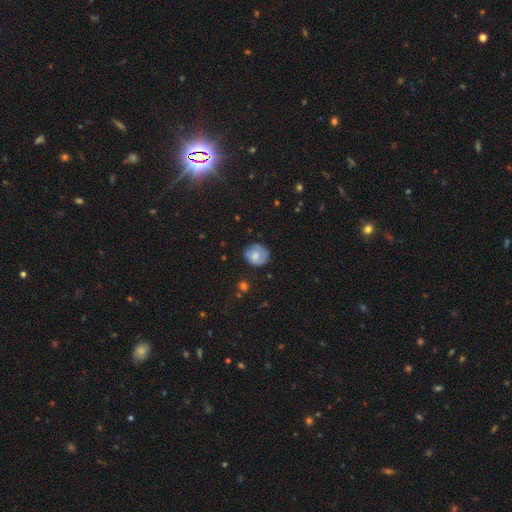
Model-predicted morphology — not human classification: Q: Smooth or featured?
A: smooth (66%); runner-up: featured or disk (27%)
Q: How rounded?
A: round (82%); runner-up: in between (17%)
Q: Merging?
A: none (68%); runner-up: minor disturbance (22%)